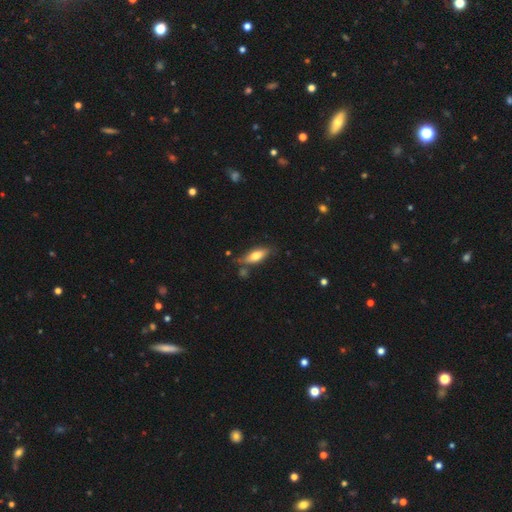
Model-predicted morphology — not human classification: smooth_or_featured: smooth (p=0.62) [alt: featured or disk p=0.31]
how_rounded: in between (p=0.60) [alt: cigar-shaped p=0.38]
merging: none (p=0.70) [alt: minor disturbance p=0.18]